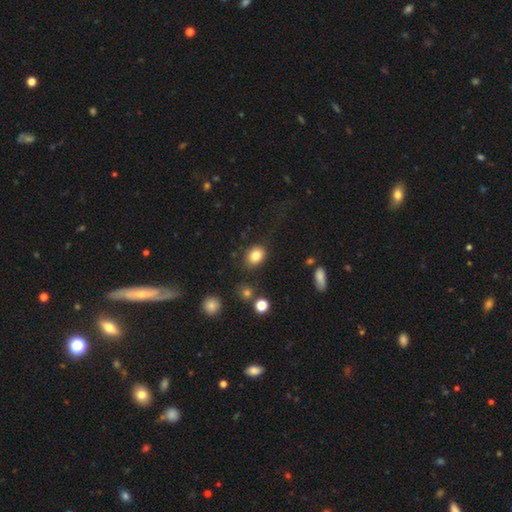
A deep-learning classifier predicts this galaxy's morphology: smooth-or-featured: smooth: 83% | star or artifact: 10% | featured or disk: 8%
  how-rounded: in between: 61% | round: 38% | cigar-shaped: 1%
  merging: none: 83% | minor disturbance: 11% | major disturbance: 4% | merger: 2%